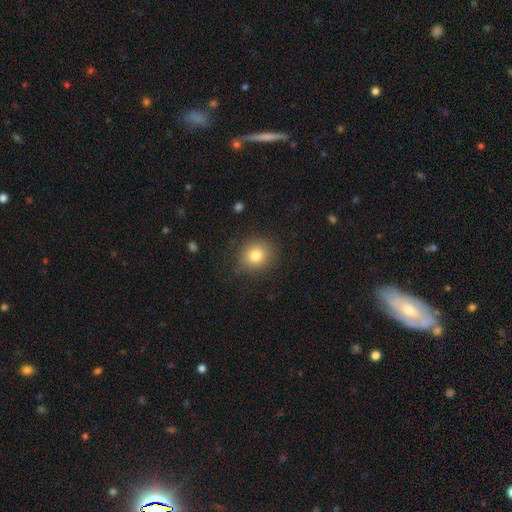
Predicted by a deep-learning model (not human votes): Q: Smooth or featured?
A: smooth (81%); runner-up: star or artifact (11%)
Q: How rounded?
A: round (81%); runner-up: in between (18%)
Q: Merging?
A: none (85%); runner-up: minor disturbance (10%)